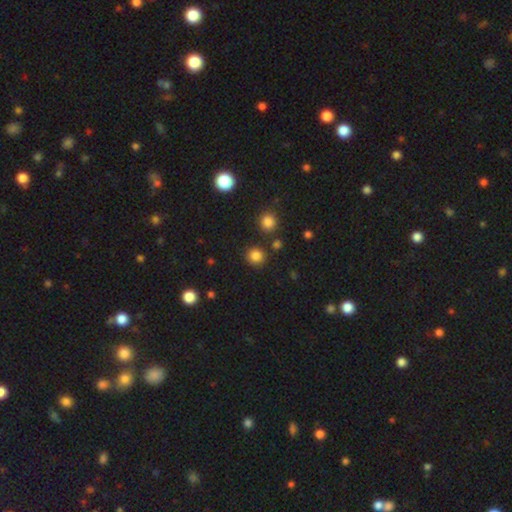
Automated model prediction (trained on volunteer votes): Smooth or featured?
  - smooth: 83% *
  - star or artifact: 13%
  - featured or disk: 4%
How rounded?
  - round: 90% *
  - in between: 9%
  - cigar-shaped: 1%
Merging?
  - none: 86% *
  - minor disturbance: 7%
  - merger: 4%
  - major disturbance: 3%